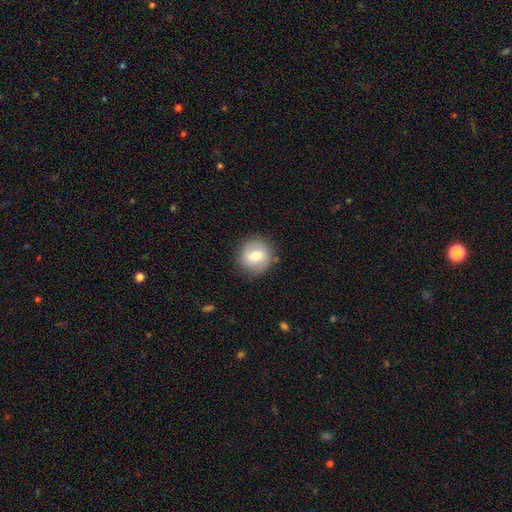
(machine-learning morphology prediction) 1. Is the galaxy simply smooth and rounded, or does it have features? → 62% smooth, 30% featured or disk, 8% star or artifact.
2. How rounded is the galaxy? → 87% round, 12% in between, 1% cigar-shaped.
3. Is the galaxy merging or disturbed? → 84% none, 11% minor disturbance, 3% major disturbance, 1% merger.